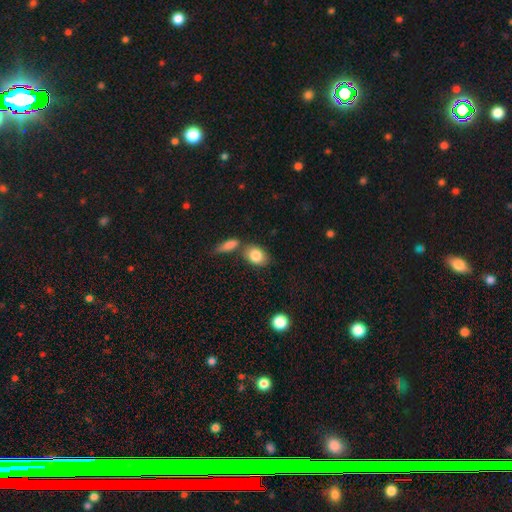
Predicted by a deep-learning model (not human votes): The model was most divided on "merging": none: 61%, merger: 22%, minor disturbance: 13%, major disturbance: 4%. More confident: smooth or featured — smooth (84%); how rounded — in between (79%).